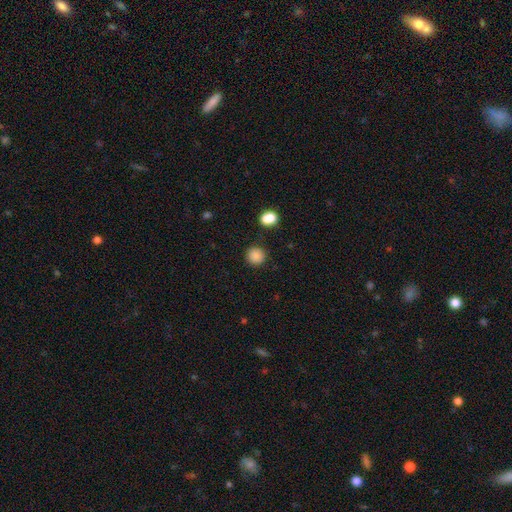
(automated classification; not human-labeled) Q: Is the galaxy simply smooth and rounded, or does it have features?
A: smooth — 86%.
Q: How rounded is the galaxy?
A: round — 93%.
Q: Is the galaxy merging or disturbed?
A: none — 88%.